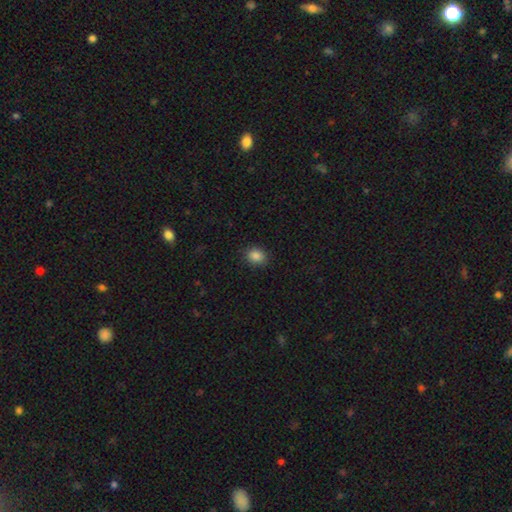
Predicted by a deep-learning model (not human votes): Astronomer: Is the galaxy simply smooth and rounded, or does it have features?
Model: smooth — 86%.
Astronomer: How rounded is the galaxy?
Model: round — 55% (runner-up: in between, 44%).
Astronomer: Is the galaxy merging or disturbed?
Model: none — 87%.